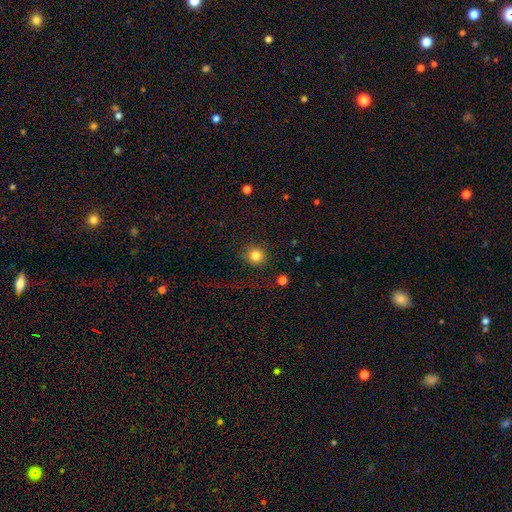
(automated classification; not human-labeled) smooth-or-featured: smooth: 83% | star or artifact: 11% | featured or disk: 6%
  how-rounded: round: 92% | in between: 7% | cigar-shaped: 1%
  merging: none: 85% | minor disturbance: 8% | major disturbance: 5% | merger: 2%